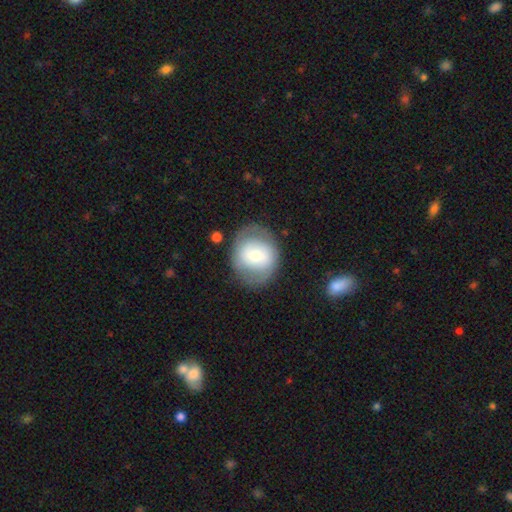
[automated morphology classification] smooth 51%, featured or disk 42%, star or artifact 7%. Down the decision tree: how rounded — round (76%); merging — none (76%).